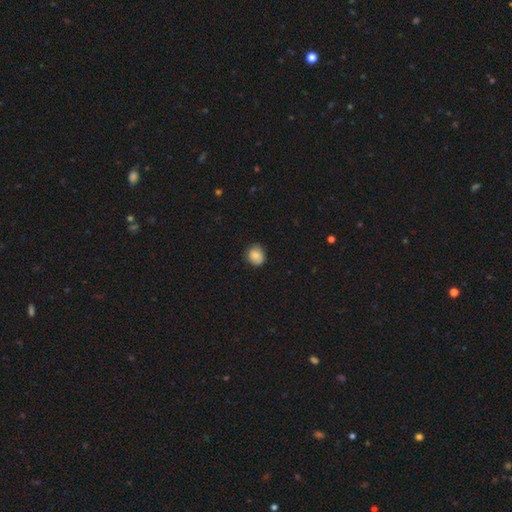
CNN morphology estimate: Q: Smooth or featured?
A: smooth (83%); runner-up: star or artifact (9%)
Q: How rounded?
A: round (76%); runner-up: in between (23%)
Q: Merging?
A: none (78%); runner-up: minor disturbance (18%)